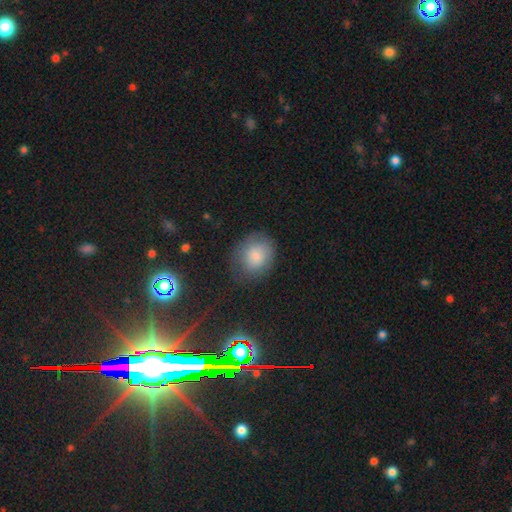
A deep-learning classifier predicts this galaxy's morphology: Smooth or featured? smooth (81%)
How rounded? round (59%)
Merging? none (66%)